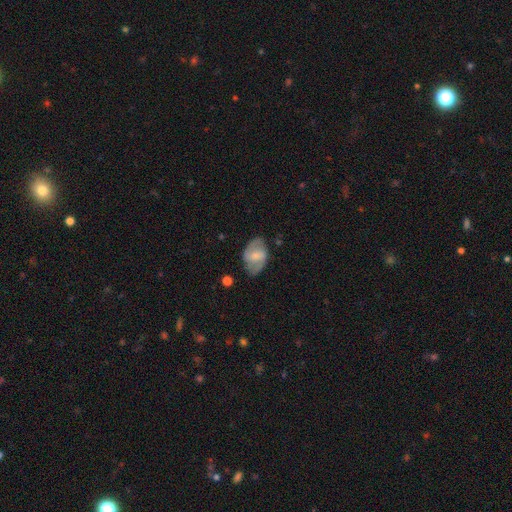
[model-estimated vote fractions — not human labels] A featured or disk galaxy (56%) with a weak bar (49%), spiral arms (77%) and a small central bulge (43%). Merging: none (72%).